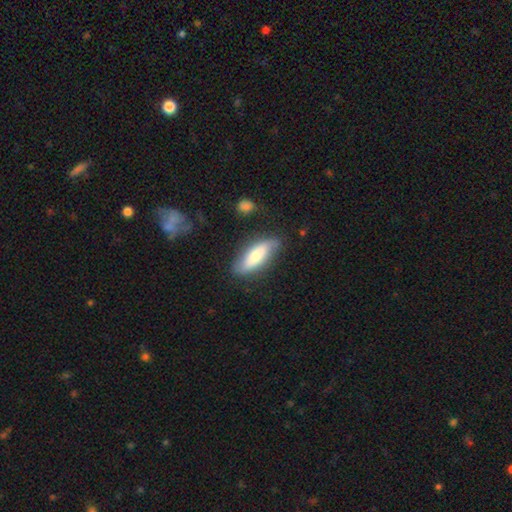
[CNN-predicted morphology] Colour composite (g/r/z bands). It shows a smooth galaxy with no disk features (61%) that is in between round and cigar-shaped (59%). Merging: none (75%).